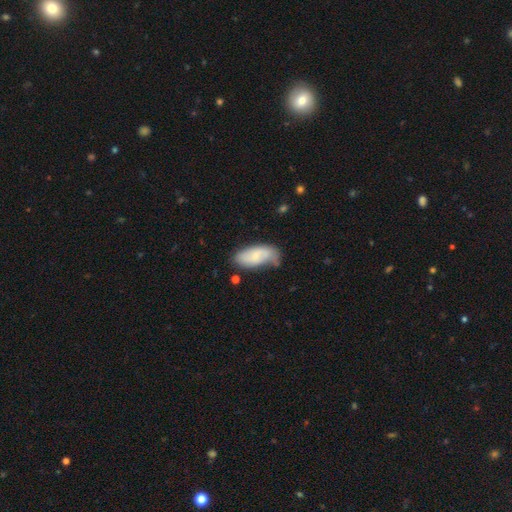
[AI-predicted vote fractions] Q: Smooth or featured?
A: smooth (64%); runner-up: featured or disk (29%)
Q: How rounded?
A: in between (88%); runner-up: cigar-shaped (10%)
Q: Merging?
A: none (47%); runner-up: minor disturbance (35%)